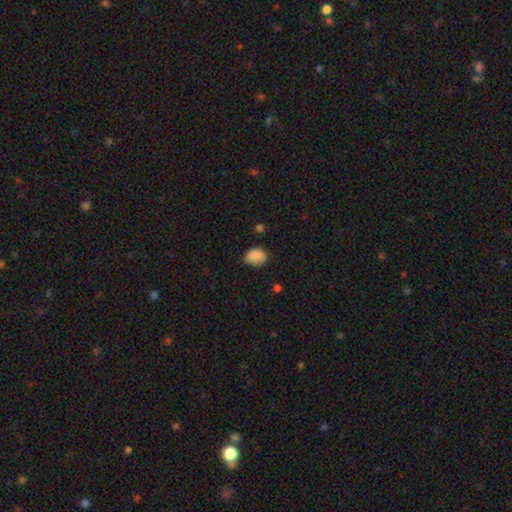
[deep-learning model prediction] A smooth galaxy with no disk features (85%) that is in between round and cigar-shaped (55%).

Vote fractions:
- Smooth or featured? smooth: 85% / star or artifact: 9% / featured or disk: 6%
- How rounded? in between: 55% / round: 44% / cigar-shaped: 1%
- Merging? none: 69% / minor disturbance: 25% / major disturbance: 5% / merger: 2%